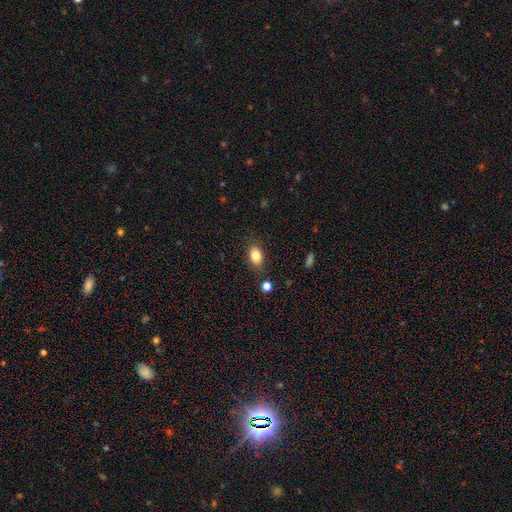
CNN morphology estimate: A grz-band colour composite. It shows a smooth galaxy with no disk features (82%) that is in between round and cigar-shaped (80%). Merging: none (83%).